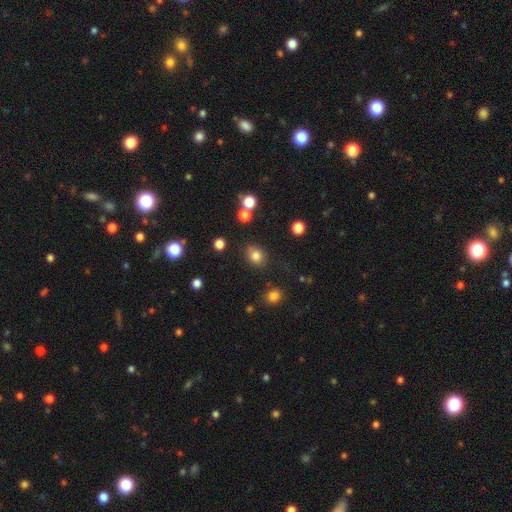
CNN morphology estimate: The model was most divided on "how rounded": round: 64%, in between: 35%, cigar-shaped: 1%. More confident: smooth or featured — smooth (80%); merging — none (76%).